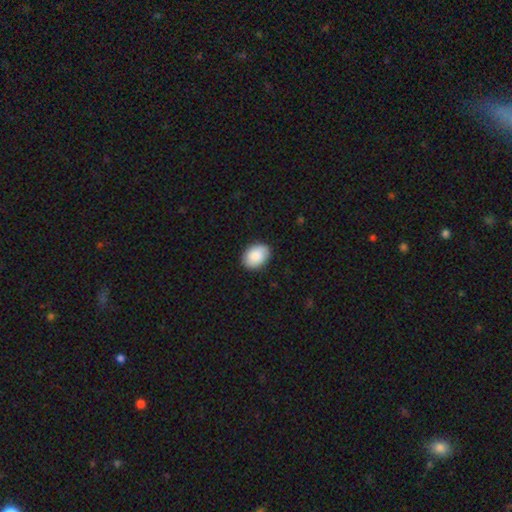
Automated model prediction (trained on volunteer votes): This is clearly a smooth galaxy (90%). How rounded: likely in between (78%). Merging: clearly none (89%).